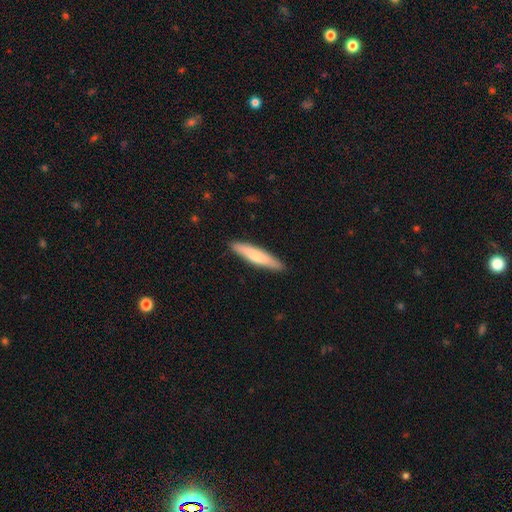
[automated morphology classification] This is likely a smooth galaxy (71%). How rounded: clearly cigar-shaped (88%). Merging: clearly none (89%).